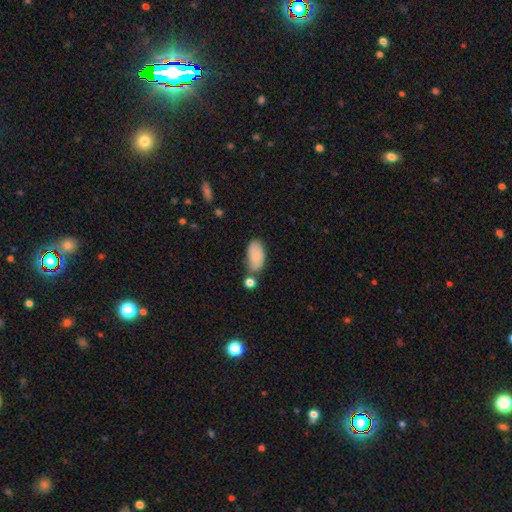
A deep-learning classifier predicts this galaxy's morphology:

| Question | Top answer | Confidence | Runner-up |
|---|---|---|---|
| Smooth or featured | smooth | 79% | featured or disk (15%) |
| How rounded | in between | 93% | round (4%) |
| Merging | none | 56% | minor disturbance (22%) |